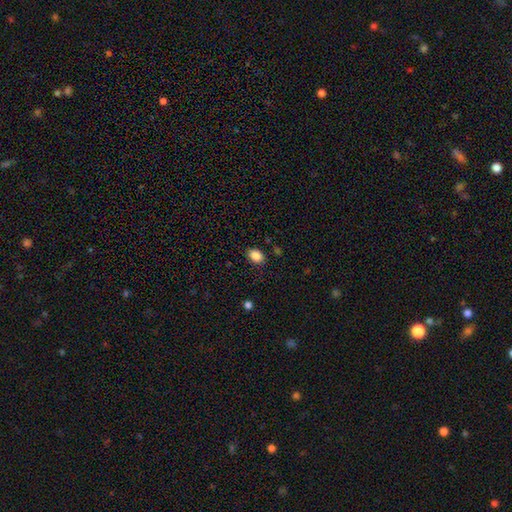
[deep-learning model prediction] Morphology: type=smooth (87%); roundness=in between (70%); merging=none (86%).